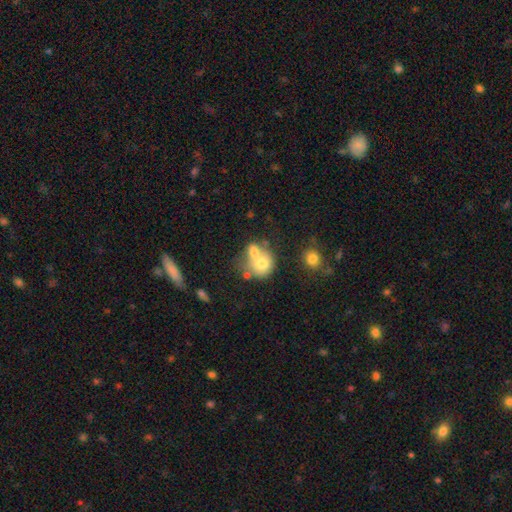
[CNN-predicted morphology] smooth_or_featured: smooth (p=0.66) [alt: featured or disk p=0.24]
how_rounded: round (p=0.69) [alt: in between p=0.30]
merging: merger (p=0.63) [alt: none p=0.24]